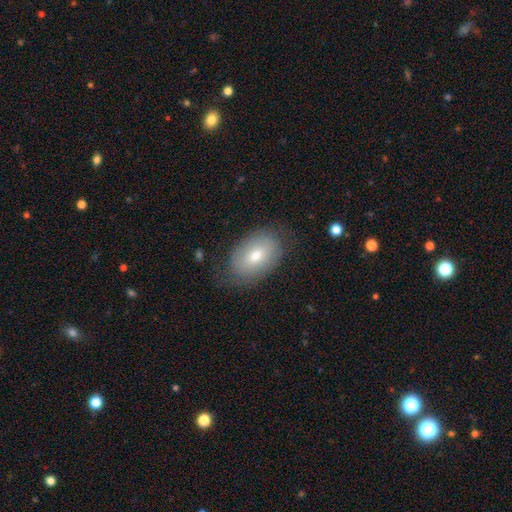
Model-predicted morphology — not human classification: smooth_or_featured: smooth (p=0.64) [alt: featured or disk p=0.27]
how_rounded: in between (p=0.86) [alt: round p=0.12]
merging: none (p=0.73) [alt: minor disturbance p=0.19]